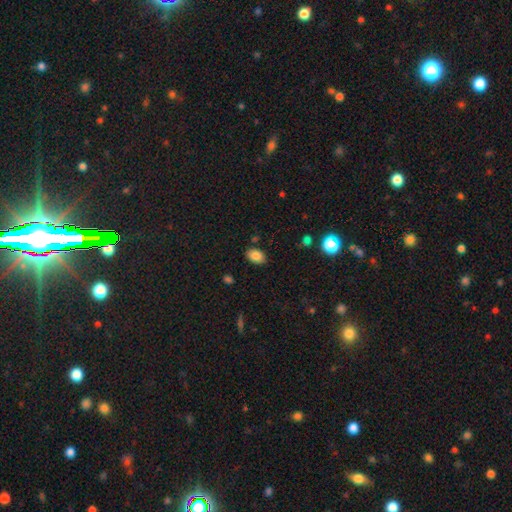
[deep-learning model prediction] The model was most divided on "merging": none: 84%, minor disturbance: 11%, major disturbance: 3%, merger: 2%. More confident: how rounded — in between (86%); smooth or featured — smooth (86%).